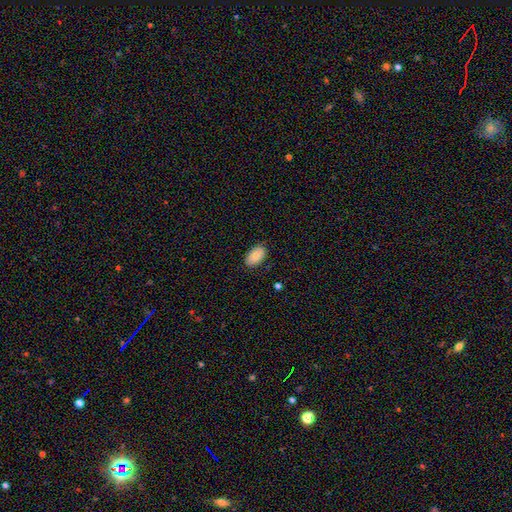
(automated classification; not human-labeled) smooth 82%, featured or disk 11%, star or artifact 7%. Down the decision tree: how rounded — in between (94%); merging — none (83%).